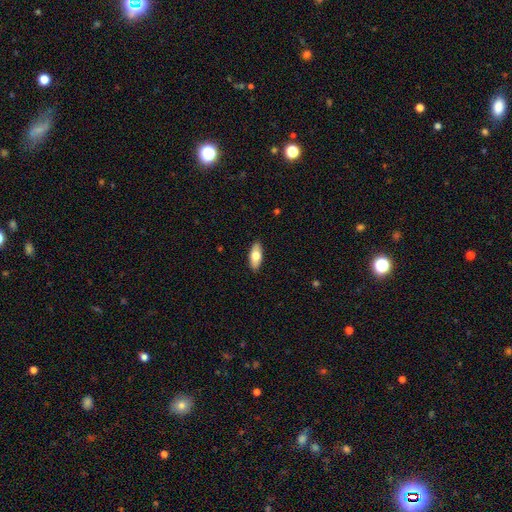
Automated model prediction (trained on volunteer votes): Smooth or featured: smooth — 73% (featured or disk — 21%)
How rounded: in between — 83% (cigar-shaped — 15%)
Merging: none — 90% (minor disturbance — 8%)